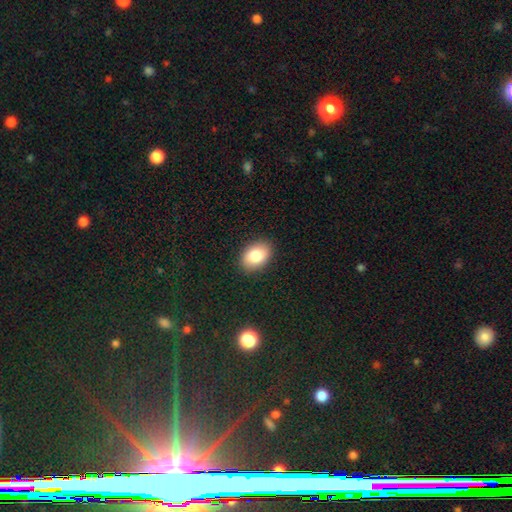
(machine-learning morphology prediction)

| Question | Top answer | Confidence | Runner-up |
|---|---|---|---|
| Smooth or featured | smooth | 83% | featured or disk (9%) |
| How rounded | in between | 85% | round (14%) |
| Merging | none | 89% | minor disturbance (8%) |